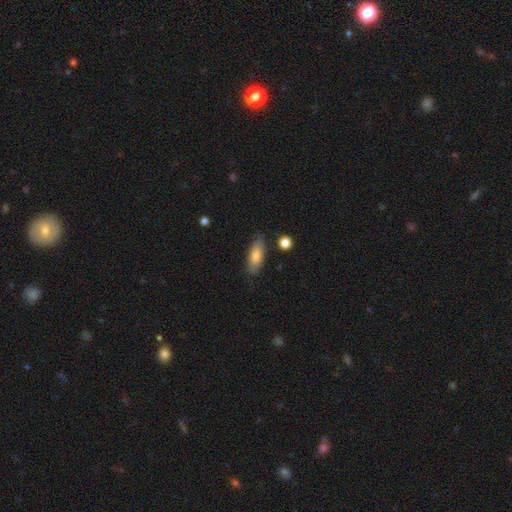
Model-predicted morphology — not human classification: Overall: smooth (74%). How rounded: in between (75%). Merging: none (80%).